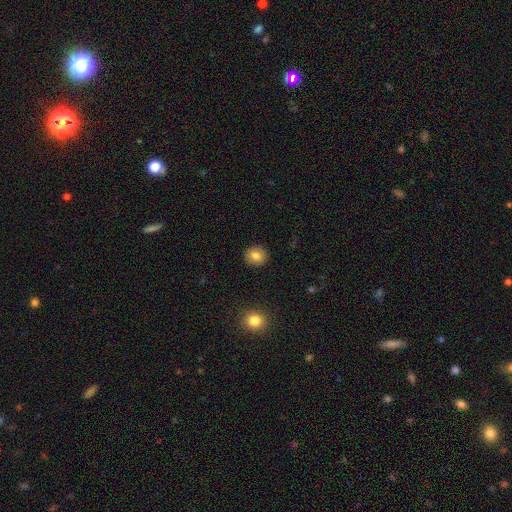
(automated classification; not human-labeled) Smooth or featured: smooth — 82% (star or artifact — 9%)
How rounded: round — 87% (in between — 12%)
Merging: none — 92% (minor disturbance — 6%)